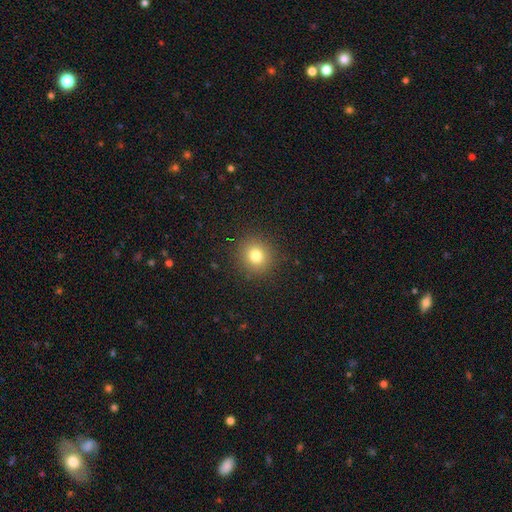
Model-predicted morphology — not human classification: Smooth or featured? Predicted: smooth (p=0.79). How rounded? Predicted: round (p=0.90). Merging? Predicted: none (p=0.90).